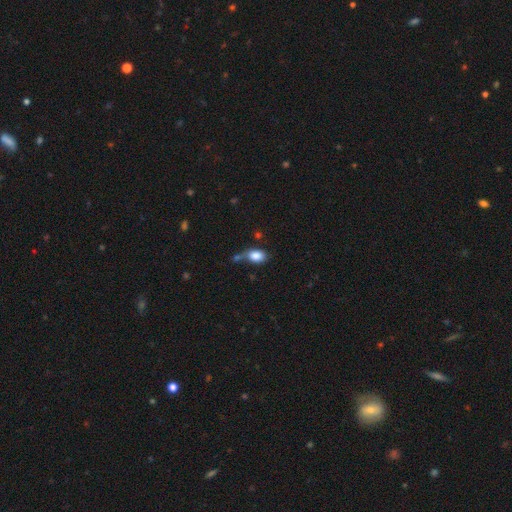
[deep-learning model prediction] A smooth galaxy with no disk features (85%) that is in between round and cigar-shaped (82%). Merging: none (47%).